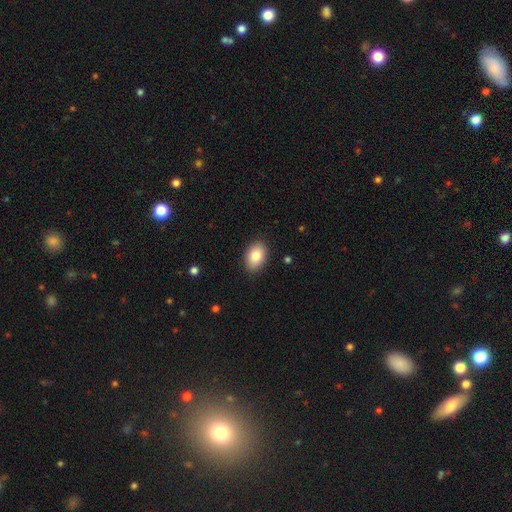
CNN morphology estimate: Smooth or featured: smooth — 84% (featured or disk — 9%)
How rounded: in between — 86% (round — 13%)
Merging: none — 88% (minor disturbance — 9%)